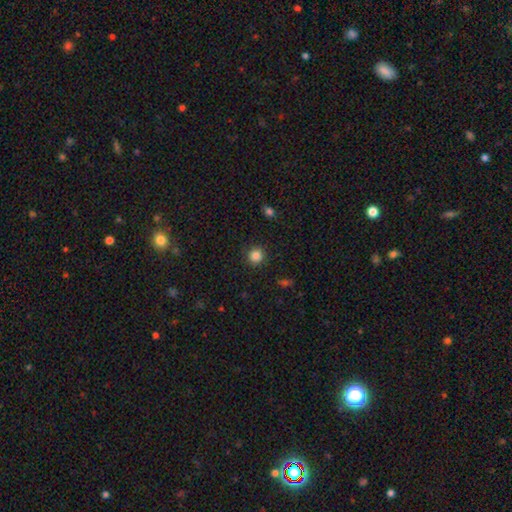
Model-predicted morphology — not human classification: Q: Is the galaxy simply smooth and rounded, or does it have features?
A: smooth — 84%.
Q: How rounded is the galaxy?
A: round — 94%.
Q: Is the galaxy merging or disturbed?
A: none — 90%.